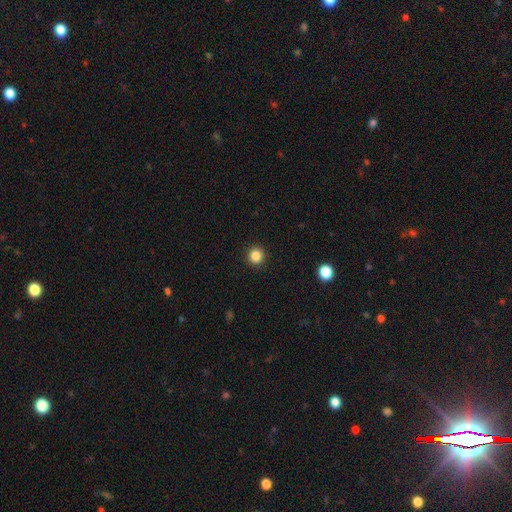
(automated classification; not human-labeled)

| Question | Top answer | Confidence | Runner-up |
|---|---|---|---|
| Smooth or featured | smooth | 86% | star or artifact (11%) |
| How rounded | round | 95% | in between (5%) |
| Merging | none | 93% | minor disturbance (5%) |